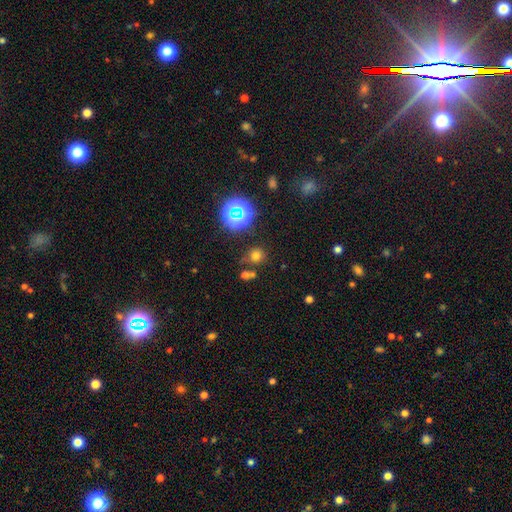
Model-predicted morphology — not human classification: This is likely a smooth galaxy (65%). How rounded: clearly round (83%). Merging: likely none (67%).